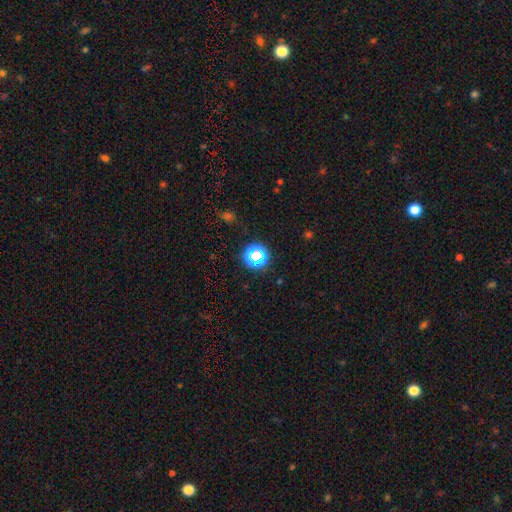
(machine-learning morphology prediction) A star or artifact, not a galaxy (61%).

Vote fractions:
- Smooth or featured? star or artifact: 61% / smooth: 29% / featured or disk: 10%